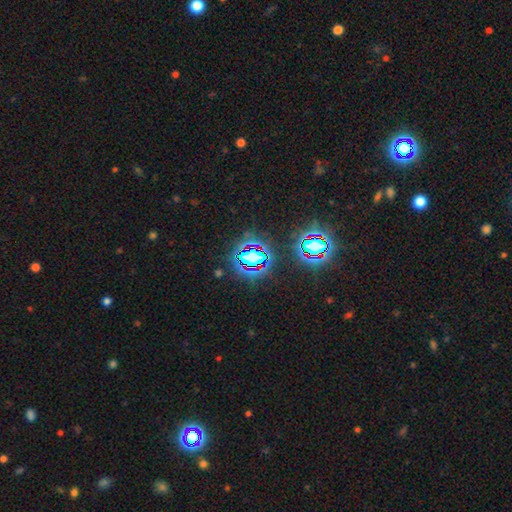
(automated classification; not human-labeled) Smooth or featured?
  - star or artifact: 71% *
  - smooth: 16%
  - featured or disk: 12%